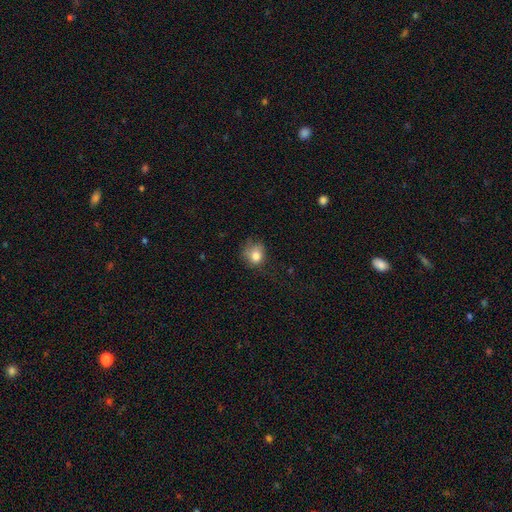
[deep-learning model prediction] Smooth or featured?
  - smooth: 80% *
  - star or artifact: 11%
  - featured or disk: 9%
How rounded?
  - round: 70% *
  - in between: 29%
  - cigar-shaped: 1%
Merging?
  - none: 53% *
  - minor disturbance: 29%
  - major disturbance: 16%
  - merger: 2%